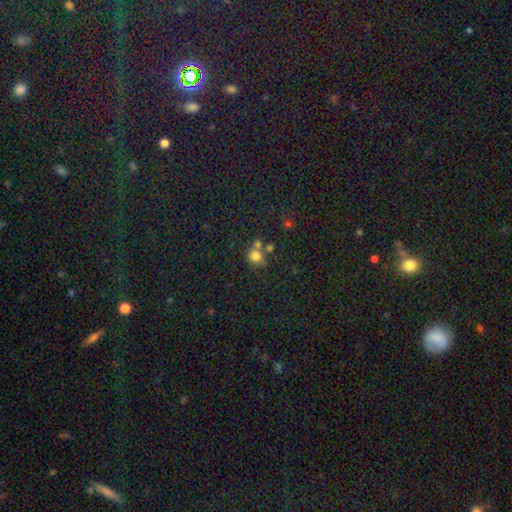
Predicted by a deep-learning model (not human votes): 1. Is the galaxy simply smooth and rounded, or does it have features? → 75% smooth, 16% star or artifact, 10% featured or disk.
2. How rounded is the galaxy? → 75% round, 24% in between, 1% cigar-shaped.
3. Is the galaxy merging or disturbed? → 46% none, 37% merger, 12% minor disturbance, 5% major disturbance.